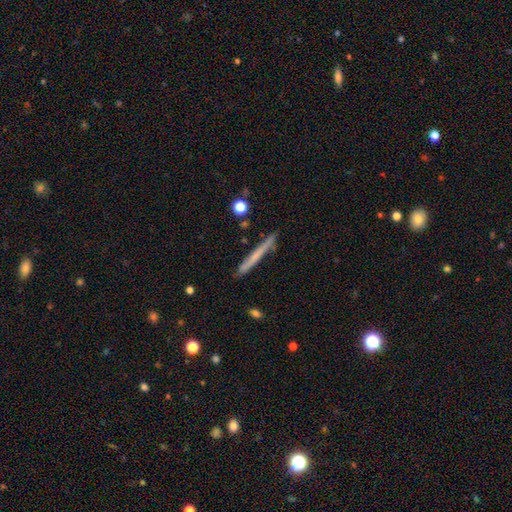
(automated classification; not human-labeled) This is possibly a smooth galaxy (53%). How rounded: clearly cigar-shaped (97%). Merging: clearly none (87%).